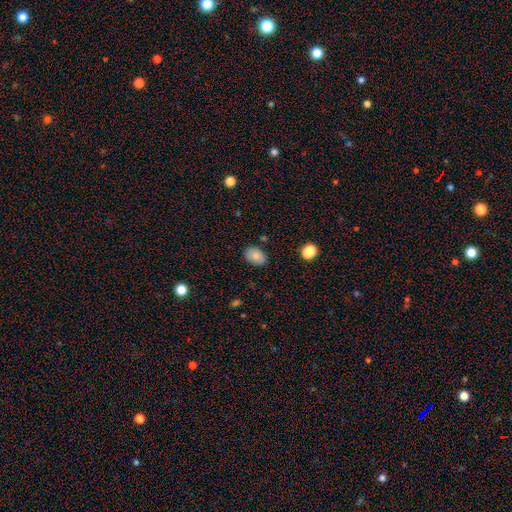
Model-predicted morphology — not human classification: A smooth galaxy with no disk features (83%) that is in between round and cigar-shaped (82%). Merging: none (83%).